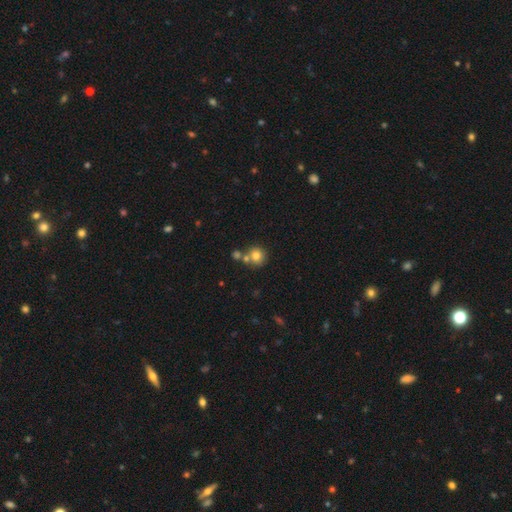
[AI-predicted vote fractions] Smooth or featured? smooth (77%)
How rounded? round (90%)
Merging? none (61%)